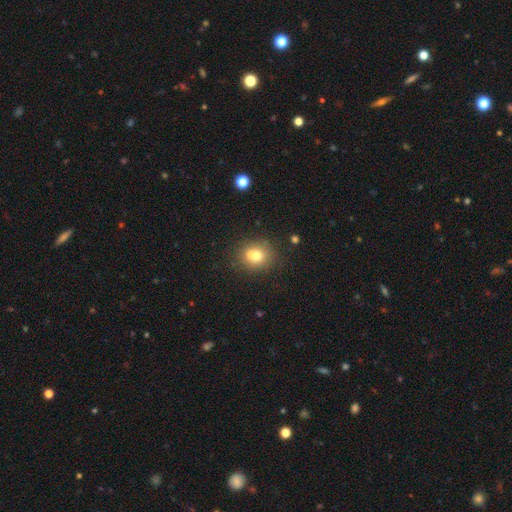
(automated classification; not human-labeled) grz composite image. It shows a smooth galaxy with no disk features (71%) that is round (74%). Merging: none (56%).